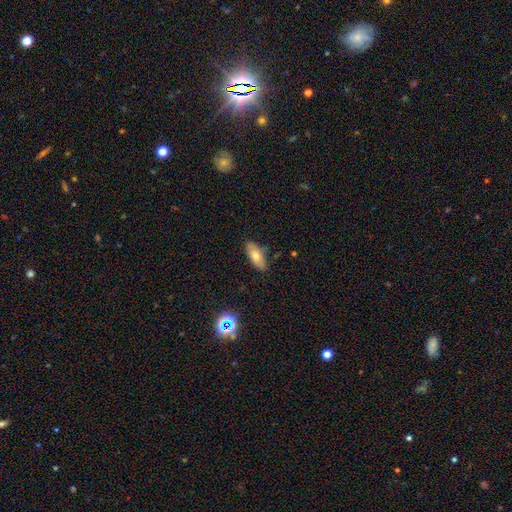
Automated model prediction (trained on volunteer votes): Morphology: type=smooth (69%); roundness=in between (80%); merging=none (85%).